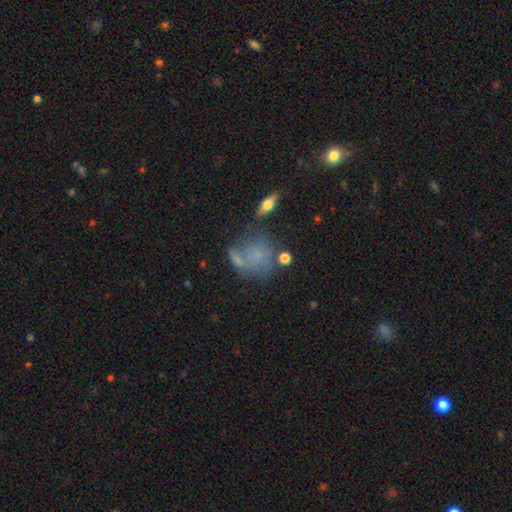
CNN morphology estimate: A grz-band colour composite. It shows a smooth galaxy with no disk features (51%) that is round (71%). Merging: none (44%).